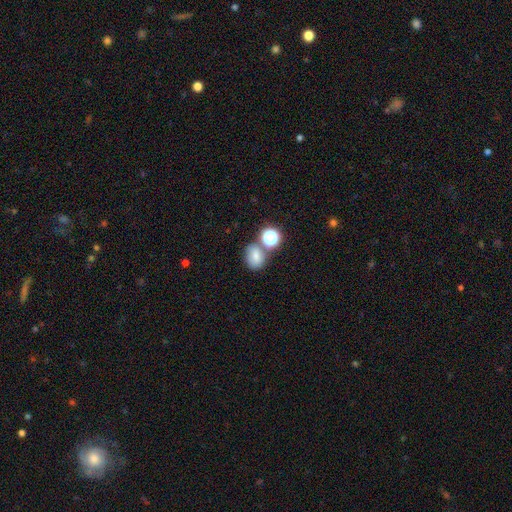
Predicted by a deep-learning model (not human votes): Morphology: type=smooth (70%); roundness=round (50%); merging=none (57%).